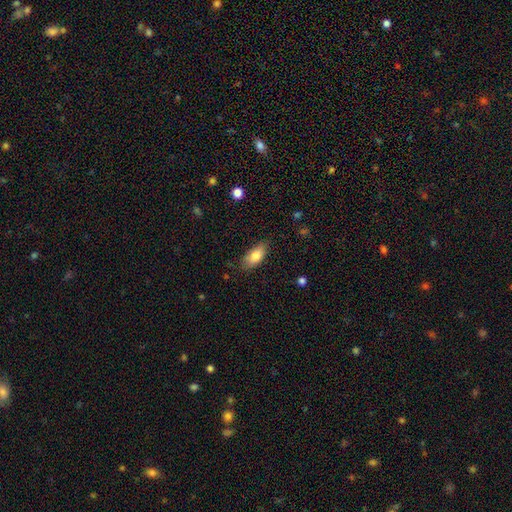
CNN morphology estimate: smooth-or-featured: smooth: 81% | featured or disk: 13% | star or artifact: 7%
  how-rounded: in between: 86% | cigar-shaped: 11% | round: 3%
  merging: none: 77% | minor disturbance: 19% | major disturbance: 3% | merger: 1%